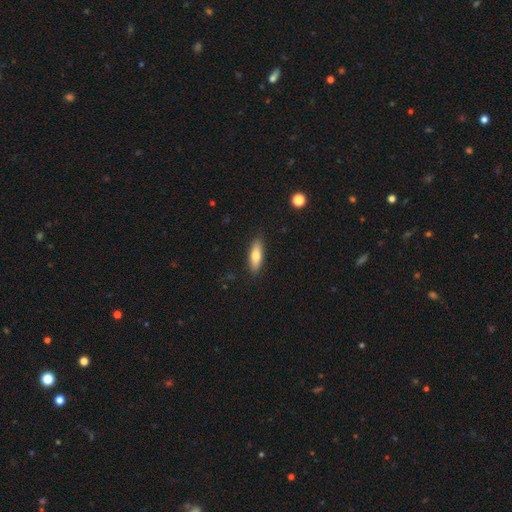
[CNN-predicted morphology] Q: Smooth or featured?
A: smooth (76%); runner-up: featured or disk (17%)
Q: How rounded?
A: in between (57%); runner-up: cigar-shaped (41%)
Q: Merging?
A: none (87%); runner-up: minor disturbance (10%)